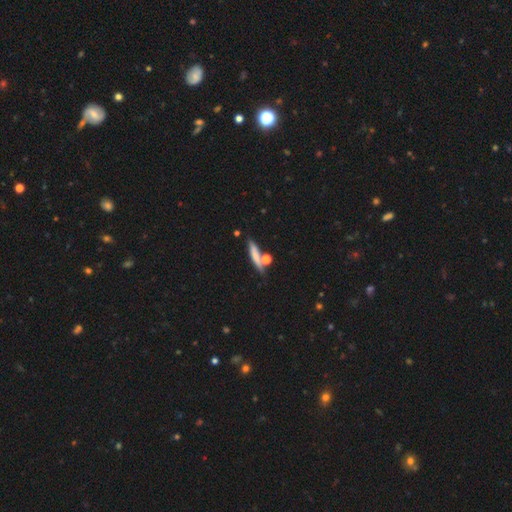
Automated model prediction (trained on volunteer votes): The model was most divided on "smooth or featured": smooth: 67%, featured or disk: 23%, star or artifact: 10%. More confident: how rounded — cigar-shaped (79%); merging — none (67%).